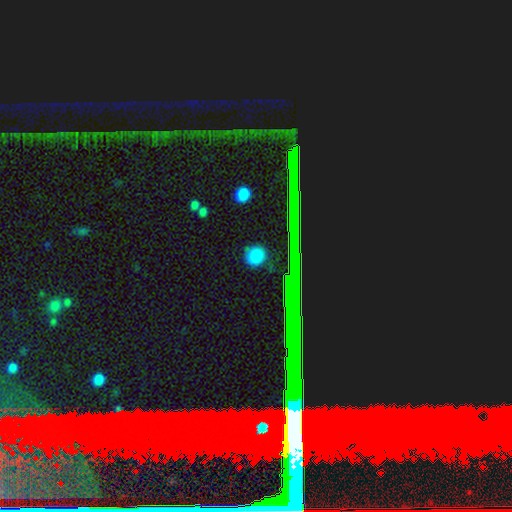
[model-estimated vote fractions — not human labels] Smooth or featured? smooth (80%)
How rounded? round (79%)
Merging? none (87%)